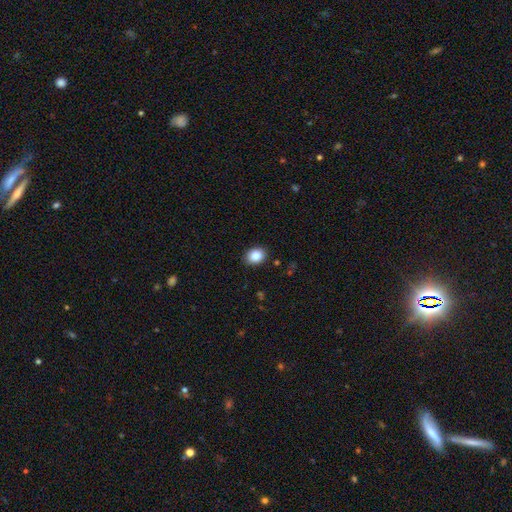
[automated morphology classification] Smooth or featured? smooth (86%)
How rounded? in between (53%)
Merging? none (90%)